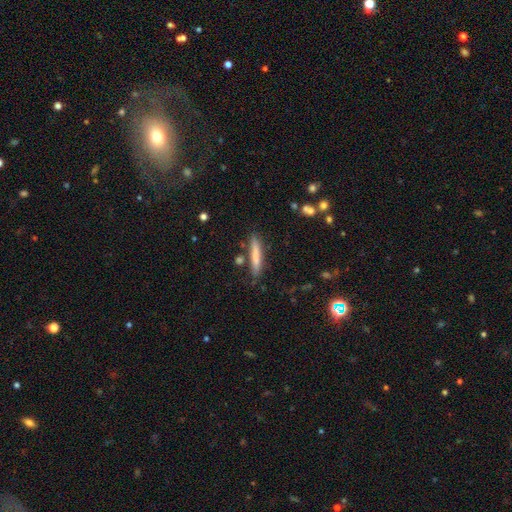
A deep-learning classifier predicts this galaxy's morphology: This is likely a smooth galaxy (74%). How rounded: clearly cigar-shaped (91%). Merging: clearly none (81%).